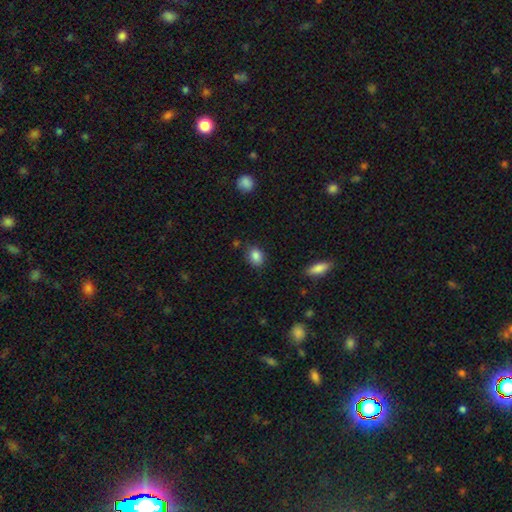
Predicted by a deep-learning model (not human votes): Q: Smooth or featured?
A: smooth (85%); runner-up: star or artifact (9%)
Q: How rounded?
A: in between (61%); runner-up: round (38%)
Q: Merging?
A: none (81%); runner-up: minor disturbance (14%)